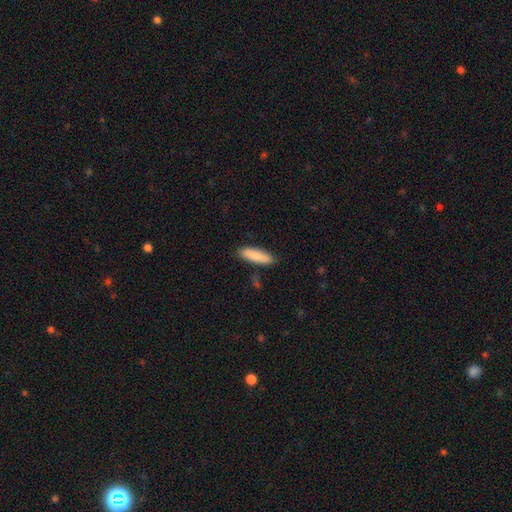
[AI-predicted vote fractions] A smooth galaxy with no disk features (87%) that is cigar-shaped (55%).

Vote fractions:
- Smooth or featured? smooth: 87% / featured or disk: 8% / star or artifact: 6%
- How rounded? cigar-shaped: 55% / in between: 43% / round: 2%
- Merging? none: 84% / minor disturbance: 12% / major disturbance: 2% / merger: 2%